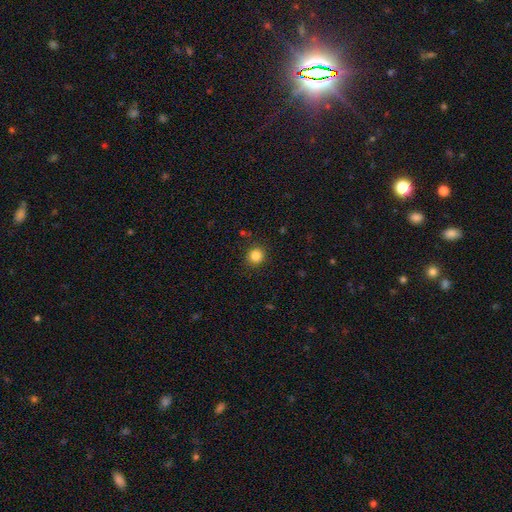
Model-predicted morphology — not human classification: Overall: smooth (84%). How rounded: round (91%). Merging: none (90%).